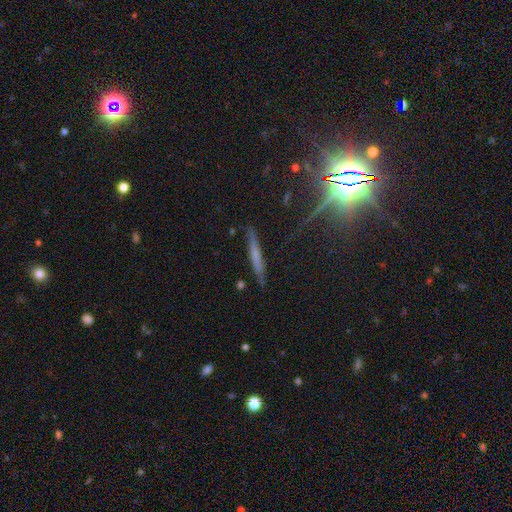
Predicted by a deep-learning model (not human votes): Smooth or featured? smooth (45%)
Merging? none (85%)